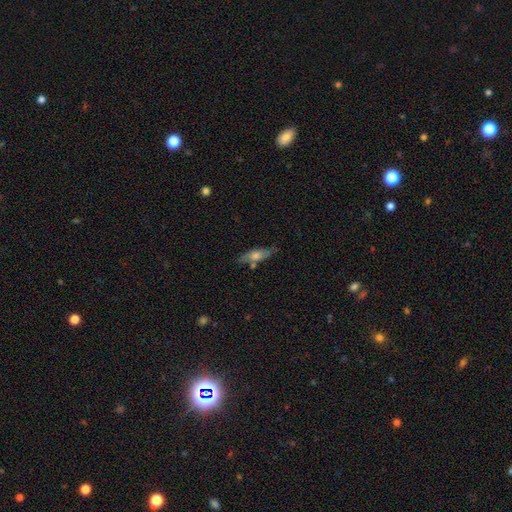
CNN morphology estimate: Smooth or featured? featured or disk (47%)
Merging? none (70%)